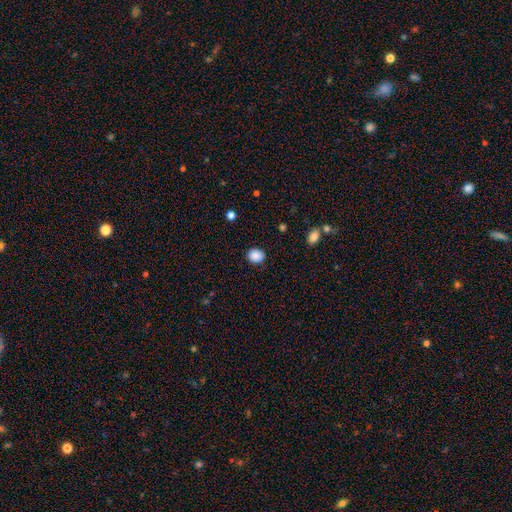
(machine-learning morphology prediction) smooth 88%, star or artifact 9%, featured or disk 3%. Down the decision tree: how rounded — round (62%); merging — none (88%).